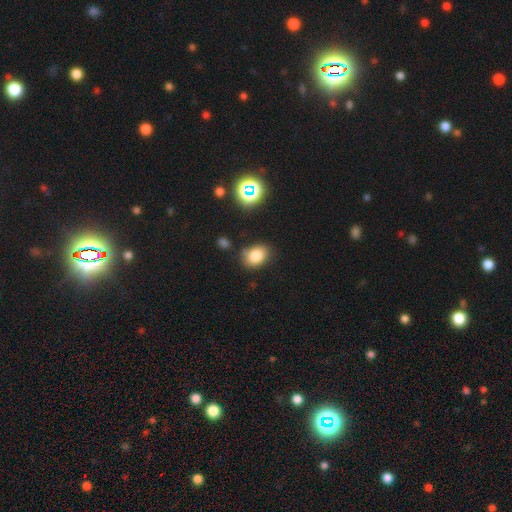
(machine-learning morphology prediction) Smooth or featured? Predicted: smooth (p=0.80). How rounded? Predicted: in between (p=0.70). Merging? Predicted: none (p=0.75).